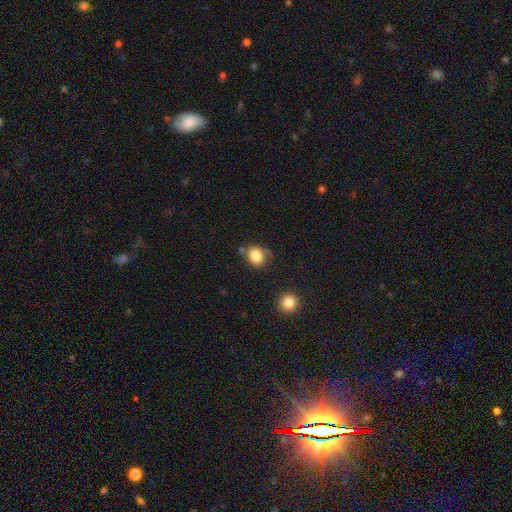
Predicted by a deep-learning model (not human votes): smooth 82%, star or artifact 10%, featured or disk 8%. Down the decision tree: how rounded — round (71%); merging — none (62%).